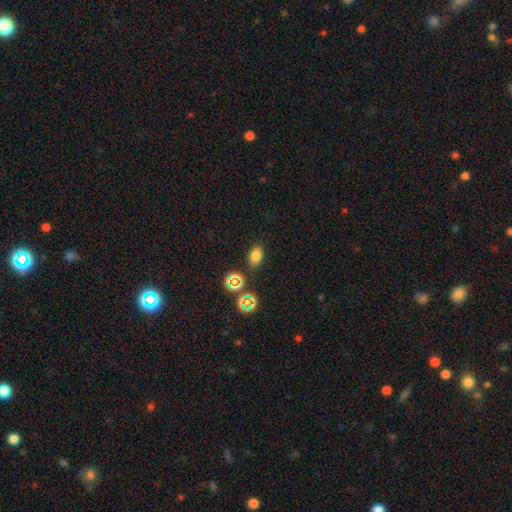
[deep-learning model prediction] Smooth or featured? smooth (75%)
How rounded? in between (80%)
Merging? none (83%)